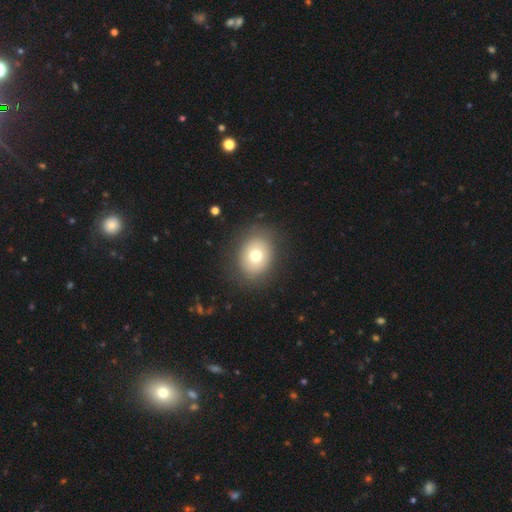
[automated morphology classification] A smooth galaxy with no disk features (72%) that is round (54%). Merging: none (85%).